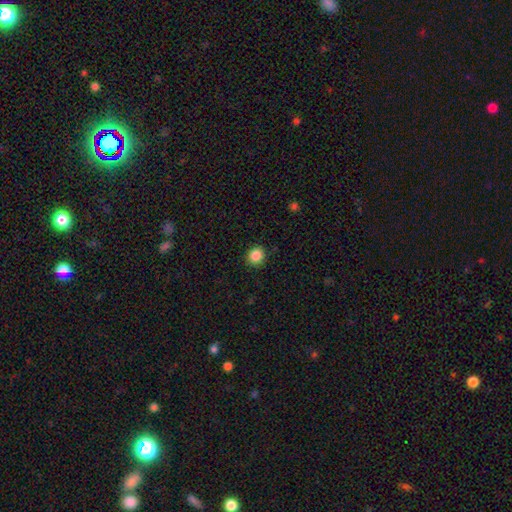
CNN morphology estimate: Q: Smooth or featured?
A: smooth (87%); runner-up: star or artifact (10%)
Q: How rounded?
A: round (82%); runner-up: in between (17%)
Q: Merging?
A: none (89%); runner-up: minor disturbance (7%)